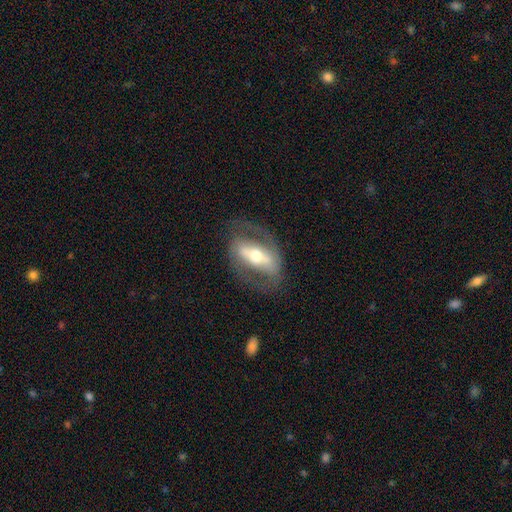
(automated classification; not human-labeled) Smooth or featured? featured or disk (76%)
Edge-on disk? no (87%)
Bar? strong (63%)
Spiral arms? yes (60%)
Bulge size? moderate (66%)
Merging? none (68%)